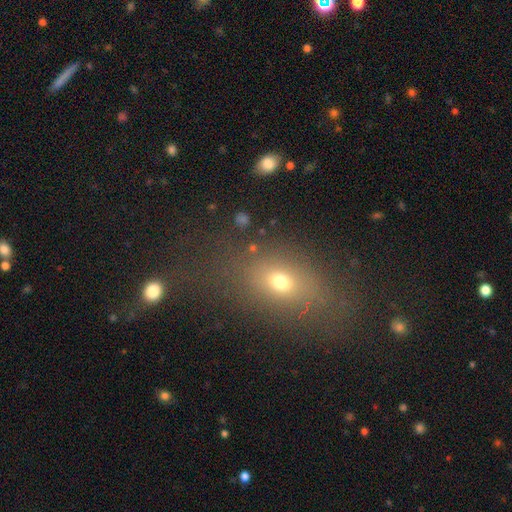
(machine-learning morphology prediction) The model was most divided on "smooth or featured": smooth: 58%, star or artifact: 26%, featured or disk: 15%. More confident: merging — none (76%); how rounded — in between (69%).